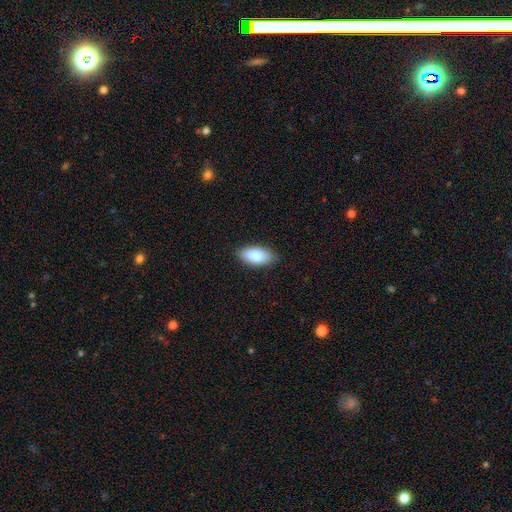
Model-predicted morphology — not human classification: The model was most divided on "smooth or featured": smooth: 84%, featured or disk: 10%, star or artifact: 6%. More confident: how rounded — in between (91%); merging — none (87%).